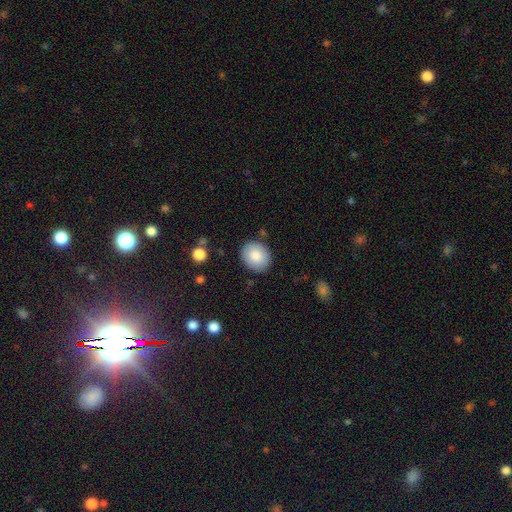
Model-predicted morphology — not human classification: smooth_or_featured: smooth (p=0.84) [alt: featured or disk p=0.09]
how_rounded: round (p=0.65) [alt: in between p=0.34]
merging: none (p=0.87) [alt: minor disturbance p=0.09]